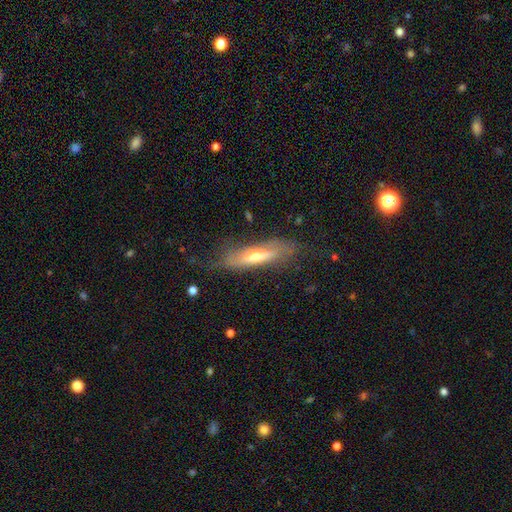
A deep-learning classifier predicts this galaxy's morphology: Q: Smooth or featured?
A: featured or disk (50%); runner-up: smooth (44%)
Q: Merging?
A: none (65%); runner-up: minor disturbance (23%)